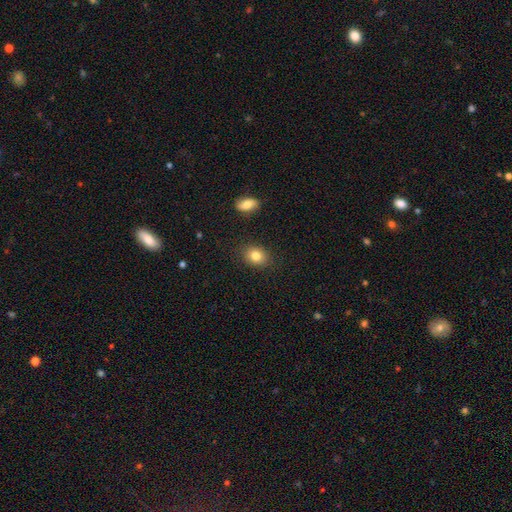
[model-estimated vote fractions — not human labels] Q: Smooth or featured?
A: smooth (82%); runner-up: star or artifact (10%)
Q: How rounded?
A: in between (57%); runner-up: round (41%)
Q: Merging?
A: none (86%); runner-up: minor disturbance (9%)